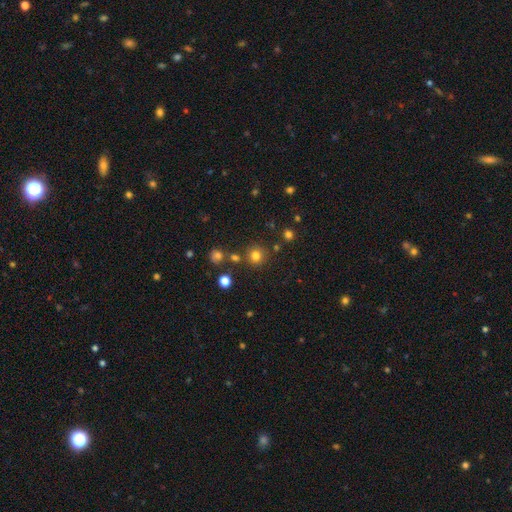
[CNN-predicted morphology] Smooth or featured? Predicted: smooth (p=0.78). How rounded? Predicted: round (p=0.93). Merging? Predicted: none (p=0.83).